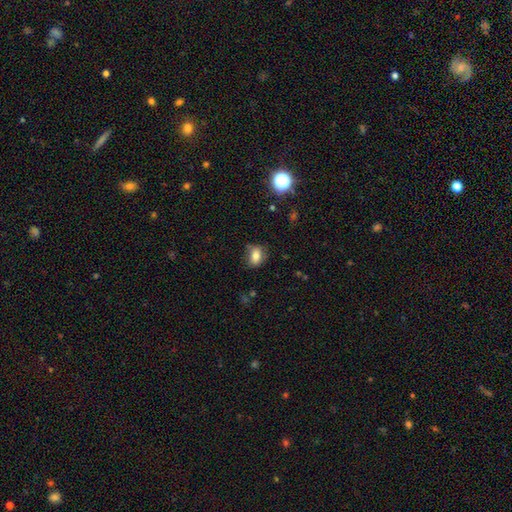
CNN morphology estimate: smooth-or-featured: smooth: 76% | featured or disk: 13% | star or artifact: 11%
  how-rounded: in between: 71% | round: 26% | cigar-shaped: 3%
  merging: none: 73% | minor disturbance: 20% | major disturbance: 5% | merger: 2%